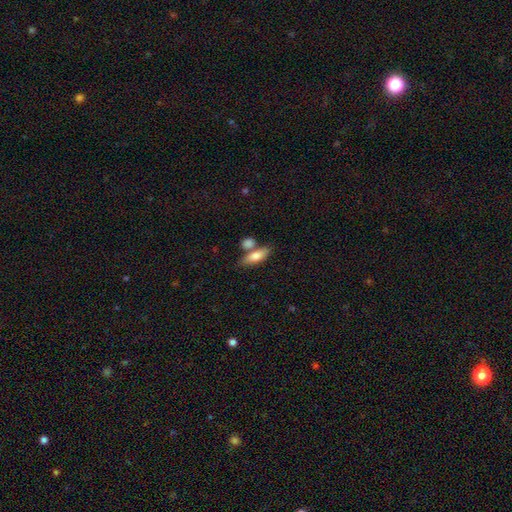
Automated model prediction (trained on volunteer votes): Morphology: type=smooth (75%); roundness=in between (66%); merging=none (57%).